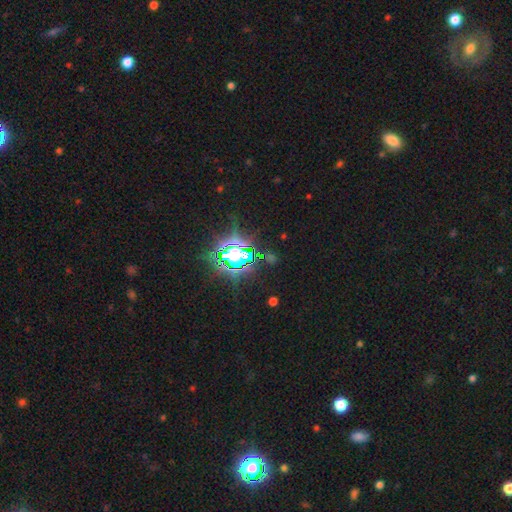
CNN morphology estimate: Smooth or featured: star or artifact — 76% (smooth — 14%)